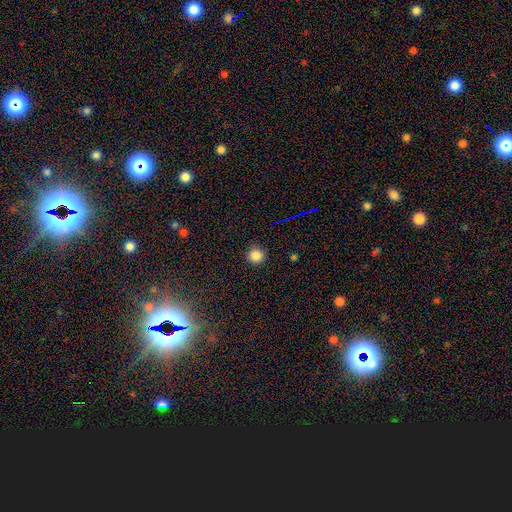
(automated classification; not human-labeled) Smooth or featured?
  - smooth: 83% *
  - star or artifact: 12%
  - featured or disk: 4%
How rounded?
  - round: 95% *
  - in between: 4%
  - cigar-shaped: 1%
Merging?
  - none: 87% *
  - minor disturbance: 9%
  - major disturbance: 2%
  - merger: 1%